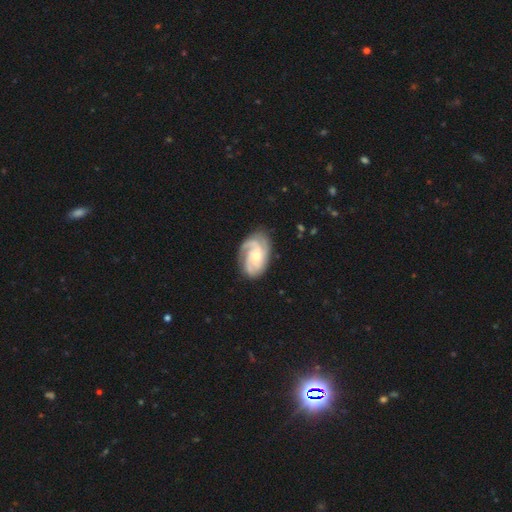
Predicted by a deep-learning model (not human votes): Smooth or featured? Predicted: featured or disk (p=0.86). Edge-on disk? Predicted: no (p=0.97). Bar? Predicted: no (p=0.70). Spiral arms? Predicted: yes (p=0.98). Spiral winding? Predicted: tight (p=0.55). Spiral arm count? Predicted: 3 (p=0.47). Bulge size? Predicted: small (p=0.48). Merging? Predicted: none (p=0.74).